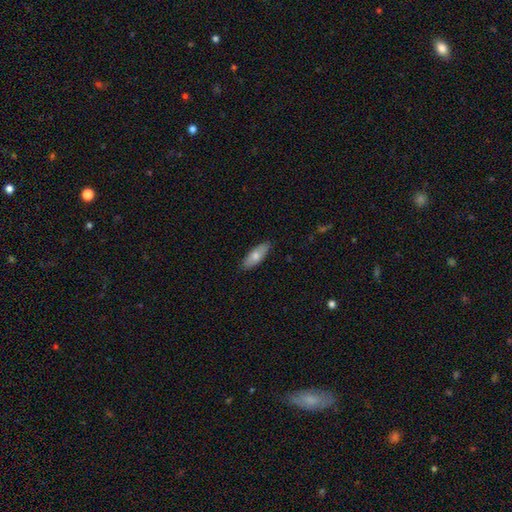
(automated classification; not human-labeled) This appears to be a smooth galaxy with no disk features (72%) that is in between round and cigar-shaped (73%). Merging: none (86%).